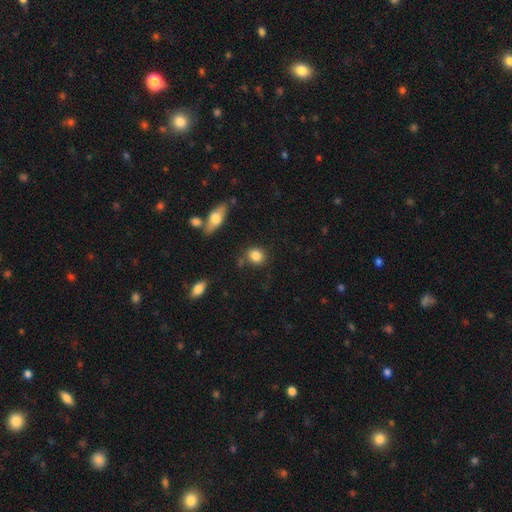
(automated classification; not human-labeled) Q: Smooth or featured?
A: smooth (84%); runner-up: star or artifact (8%)
Q: How rounded?
A: round (67%); runner-up: in between (31%)
Q: Merging?
A: none (78%); runner-up: minor disturbance (13%)